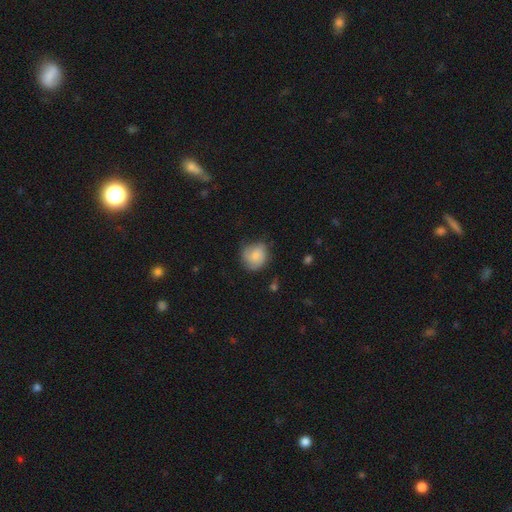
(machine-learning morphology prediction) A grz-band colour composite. It shows a smooth galaxy with no disk features (64%) that is round (79%). Merging: none (62%).